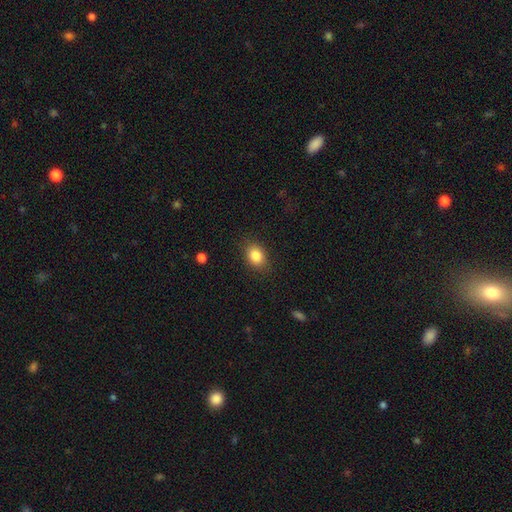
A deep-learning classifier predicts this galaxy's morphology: The model was most divided on "how rounded": in between: 65%, round: 34%, cigar-shaped: 1%. More confident: smooth or featured — smooth (85%); merging — none (85%).